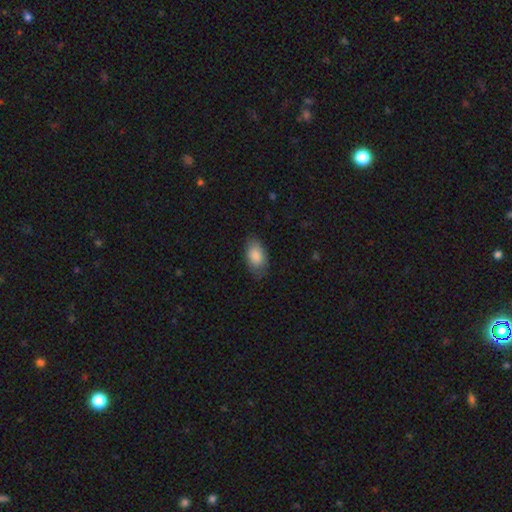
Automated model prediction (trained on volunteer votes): Smooth or featured? smooth (86%)
How rounded? in between (93%)
Merging? none (75%)